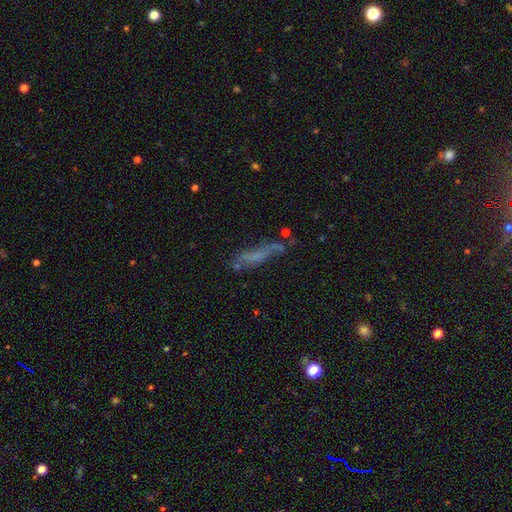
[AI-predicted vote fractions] Smooth or featured?
  - smooth: 44% *
  - featured or disk: 42%
  - star or artifact: 14%
Merging?
  - none: 45% *
  - minor disturbance: 25%
  - major disturbance: 20%
  - merger: 10%